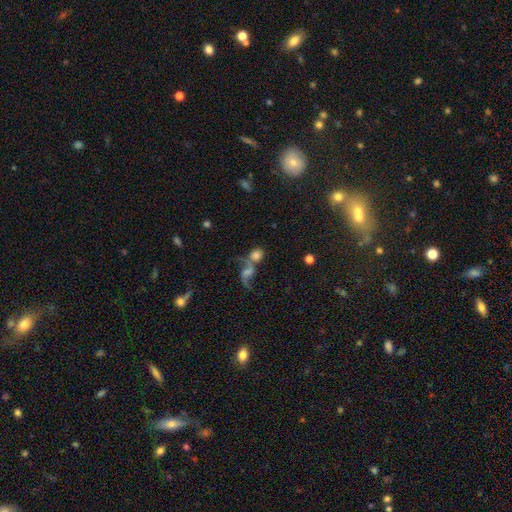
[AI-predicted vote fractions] This appears to be a smooth galaxy with no disk features (60%) that is round (66%). Merging: merger (50%).